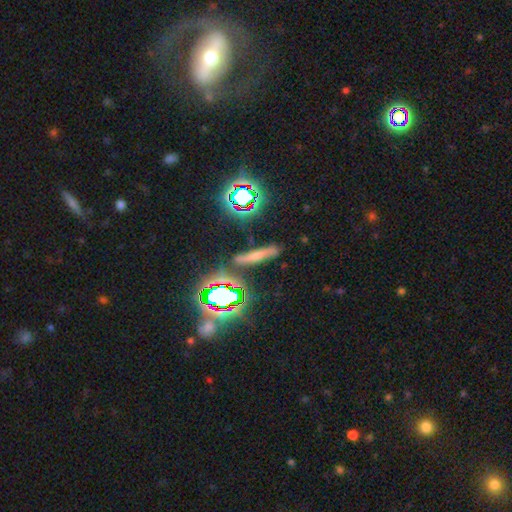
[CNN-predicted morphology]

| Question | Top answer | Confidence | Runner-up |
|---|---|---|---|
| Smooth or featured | smooth | 49% | featured or disk (26%) |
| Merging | none | 78% | minor disturbance (13%) |